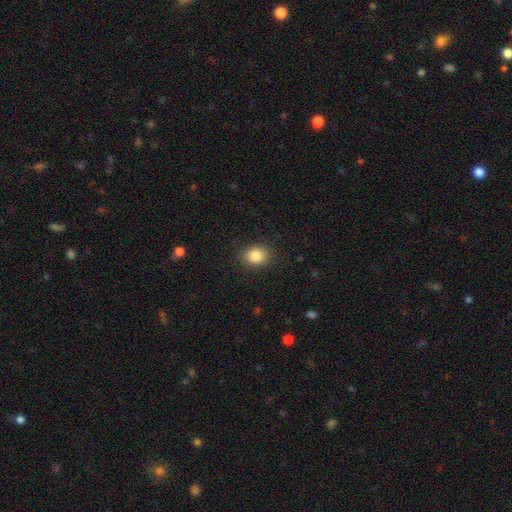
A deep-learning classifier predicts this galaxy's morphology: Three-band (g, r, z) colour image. It shows a smooth galaxy with no disk features (84%) that is round (57%). Merging: none (88%).